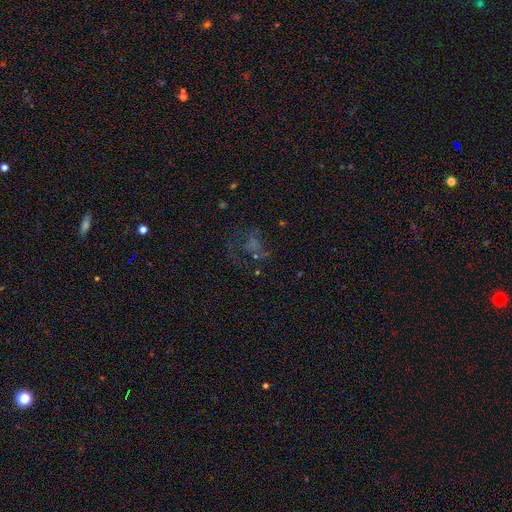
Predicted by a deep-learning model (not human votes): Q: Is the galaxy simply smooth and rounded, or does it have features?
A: star or artifact — 44%.